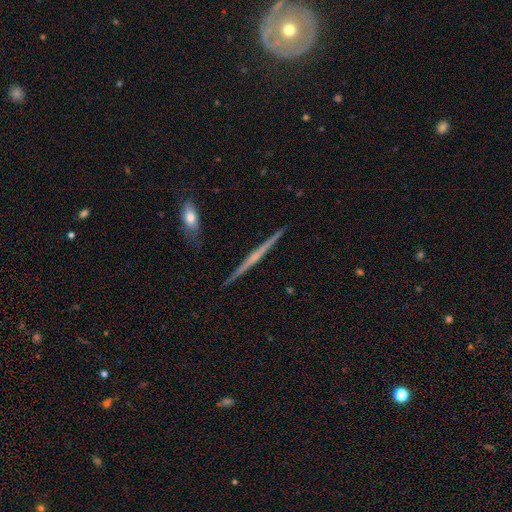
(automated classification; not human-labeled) A featured or disk galaxy (75%) viewed edge-on (98%) with no central bulge (47%). Merging: none (92%).